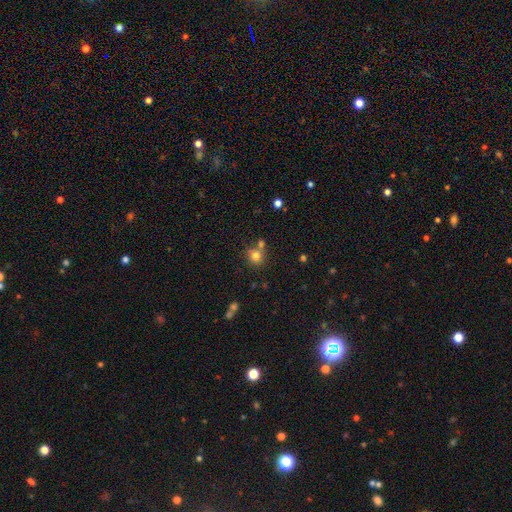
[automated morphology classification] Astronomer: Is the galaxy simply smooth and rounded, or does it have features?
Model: smooth — 78%.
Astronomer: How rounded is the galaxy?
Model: round — 86%.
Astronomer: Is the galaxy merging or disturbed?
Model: none — 63%.